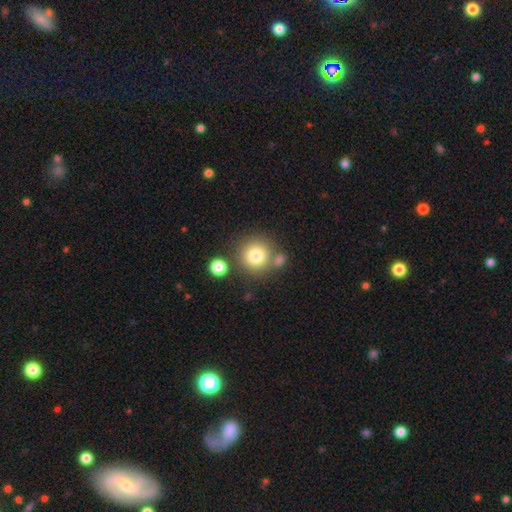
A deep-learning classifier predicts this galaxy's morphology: Smooth or featured: smooth — 78% (featured or disk — 11%)
How rounded: round — 93% (in between — 6%)
Merging: none — 69% (merger — 17%)